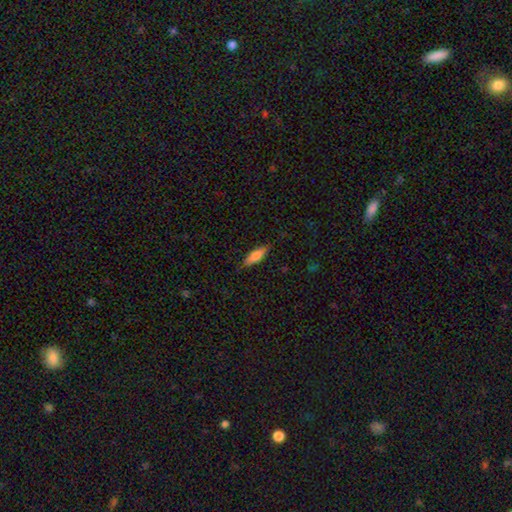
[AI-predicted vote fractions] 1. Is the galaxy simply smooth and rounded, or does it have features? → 79% smooth, 15% featured or disk, 6% star or artifact.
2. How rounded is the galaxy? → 49% cigar-shaped (tied), 49% in between (tied), 2% round.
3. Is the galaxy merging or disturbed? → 83% none, 13% minor disturbance, 3% major disturbance, 1% merger.